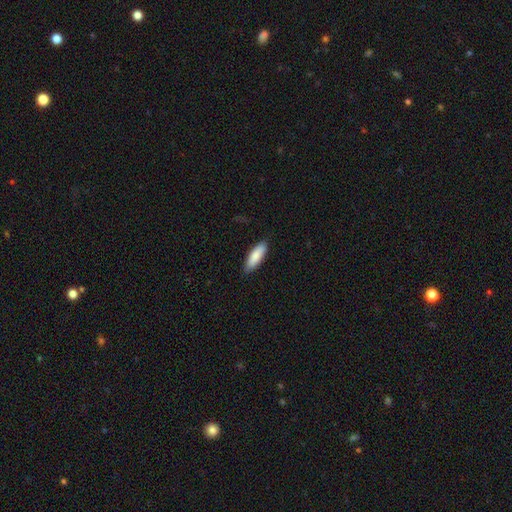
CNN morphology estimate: Smooth or featured: smooth — 84% (featured or disk — 11%)
How rounded: in between — 54% (cigar-shaped — 44%)
Merging: none — 85% (minor disturbance — 12%)